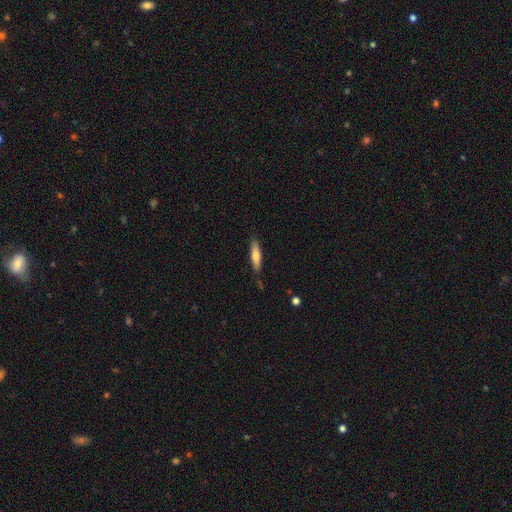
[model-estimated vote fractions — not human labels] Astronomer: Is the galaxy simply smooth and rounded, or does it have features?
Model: smooth — 67%.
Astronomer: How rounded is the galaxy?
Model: cigar-shaped — 75%.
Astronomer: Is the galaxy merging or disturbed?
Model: none — 81%.